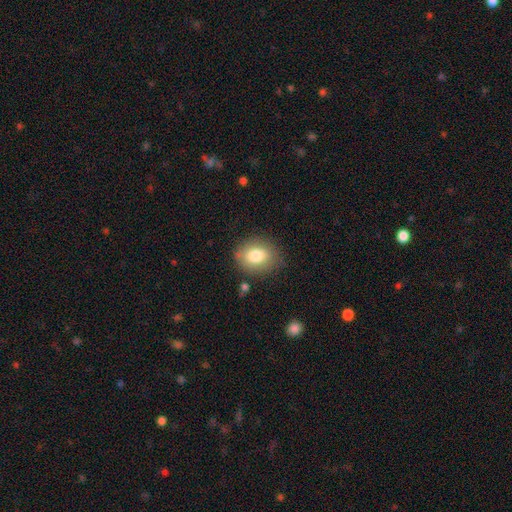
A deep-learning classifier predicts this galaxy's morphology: This appears to be a smooth galaxy with no disk features (79%) that is round (52%). Merging: none (76%).